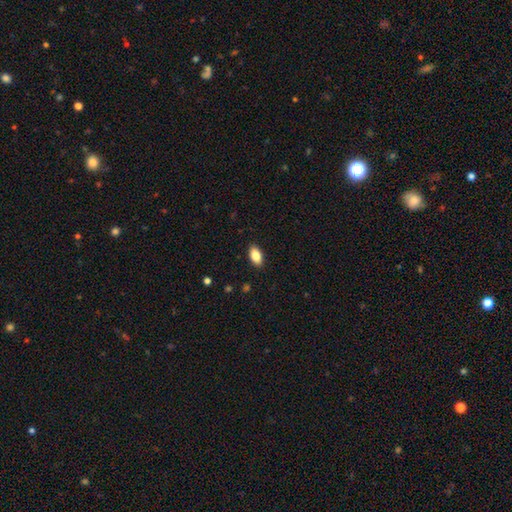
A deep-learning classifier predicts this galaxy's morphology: Overall: smooth (85%). How rounded: in between (92%). Merging: none (89%).